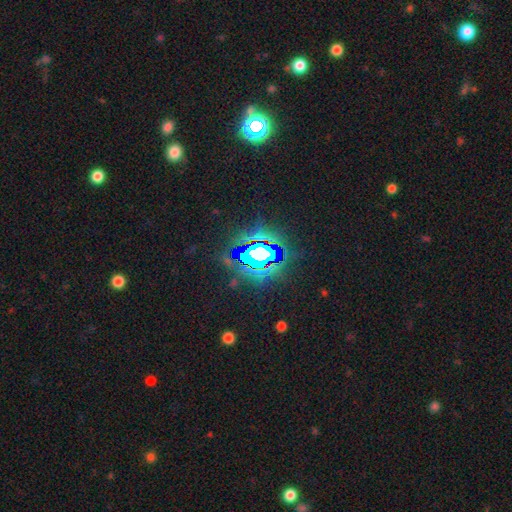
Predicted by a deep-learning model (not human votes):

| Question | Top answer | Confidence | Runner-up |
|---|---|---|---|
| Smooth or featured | star or artifact | 73% | featured or disk (14%) |